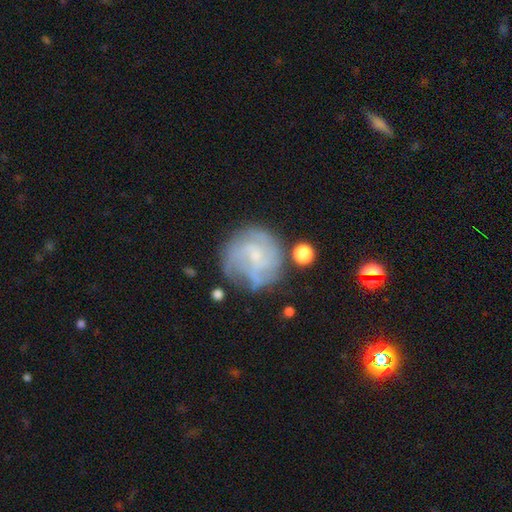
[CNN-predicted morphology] featured or disk 70%, smooth 22%, star or artifact 9%. Down the decision tree: edge-on disk — no (98%); bar — no (60%); spiral arms — yes (85%); spiral arm count — can't tell (40%); spiral winding — tight (47%); bulge size — small (66%); merging — none (64%).